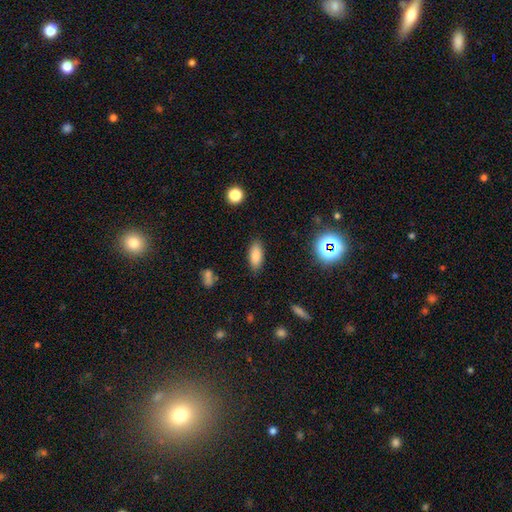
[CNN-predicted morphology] type=smooth (83%); roundness=in between (82%); merging=none (86%).